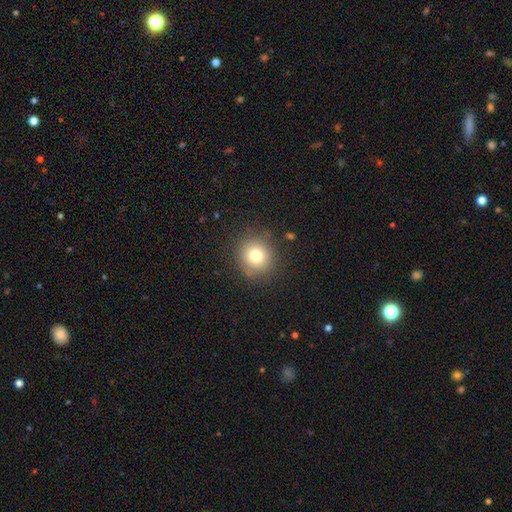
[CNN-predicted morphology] smooth_or_featured: smooth (p=0.77) [alt: star or artifact p=0.12]
how_rounded: round (p=0.91) [alt: in between p=0.08]
merging: none (p=0.86) [alt: minor disturbance p=0.09]